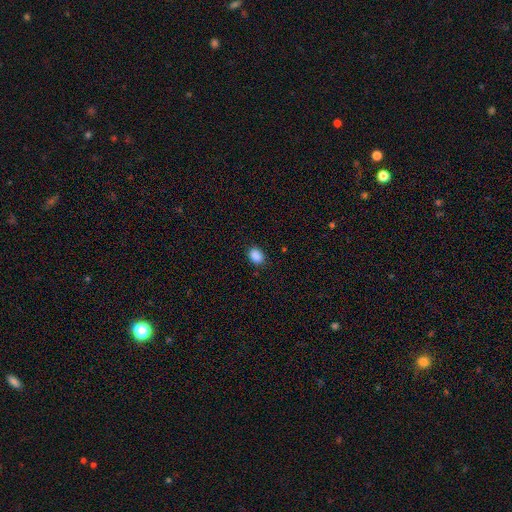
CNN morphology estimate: type=smooth (89%); roundness=in between (73%); merging=none (86%).